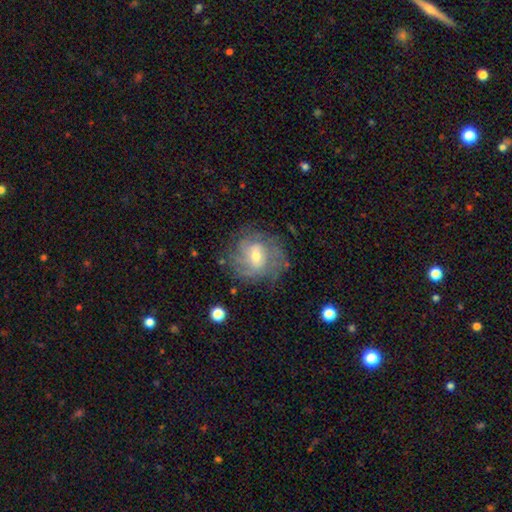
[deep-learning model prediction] This appears to be a featured or disk galaxy (75%) with a weak bar (55%), tight (51%) spiral arms (86%) and a moderate central bulge (54%). Merging: none (69%).